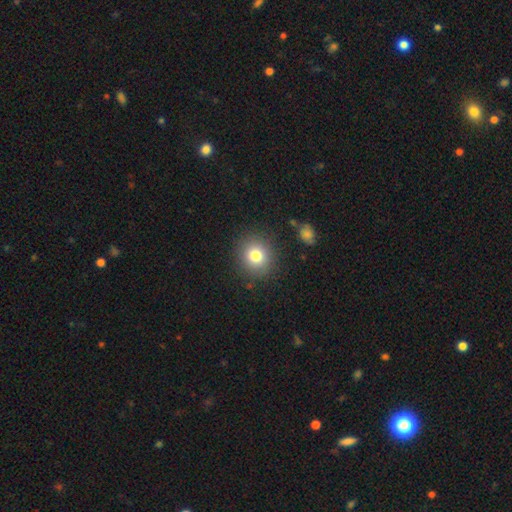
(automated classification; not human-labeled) This is likely a smooth galaxy (78%). How rounded: clearly round (88%). Merging: clearly none (88%).